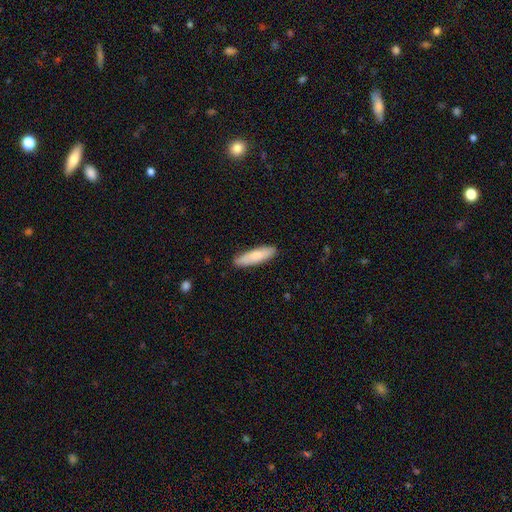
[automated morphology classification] Smooth or featured?
  - smooth: 81% *
  - featured or disk: 13%
  - star or artifact: 5%
How rounded?
  - cigar-shaped: 65% *
  - in between: 34%
  - round: 1%
Merging?
  - none: 87% *
  - minor disturbance: 10%
  - major disturbance: 2%
  - merger: 1%